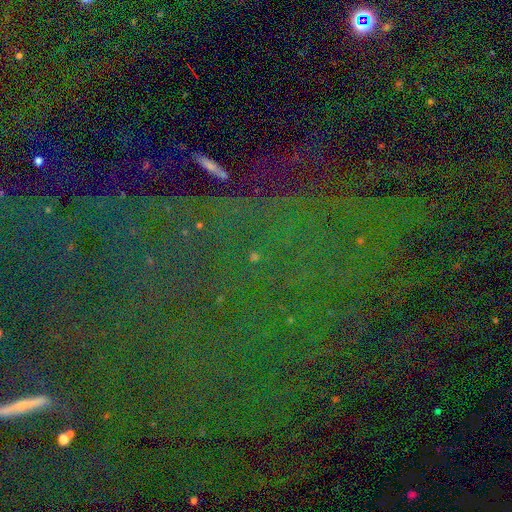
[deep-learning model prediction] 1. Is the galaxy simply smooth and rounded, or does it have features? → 84% star or artifact, 9% smooth, 7% featured or disk.